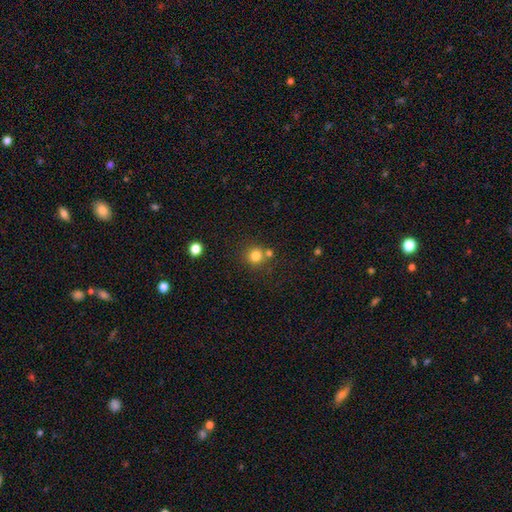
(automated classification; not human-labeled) This appears to be a smooth galaxy with no disk features (81%) that is round (92%). Merging: none (73%).